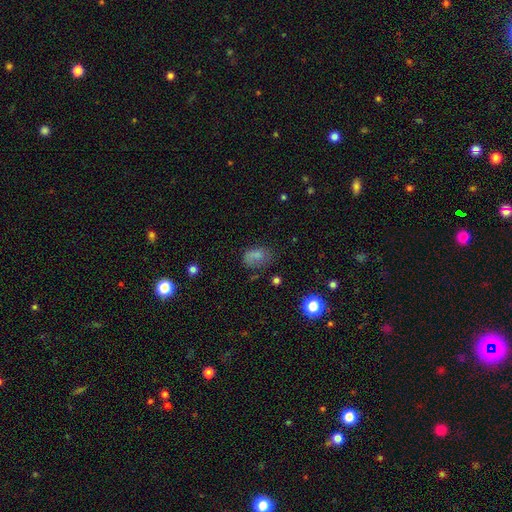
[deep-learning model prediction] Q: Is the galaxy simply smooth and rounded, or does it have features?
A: smooth — 73%.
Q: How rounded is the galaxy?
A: in between — 79%.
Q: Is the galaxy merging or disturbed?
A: none — 50%.